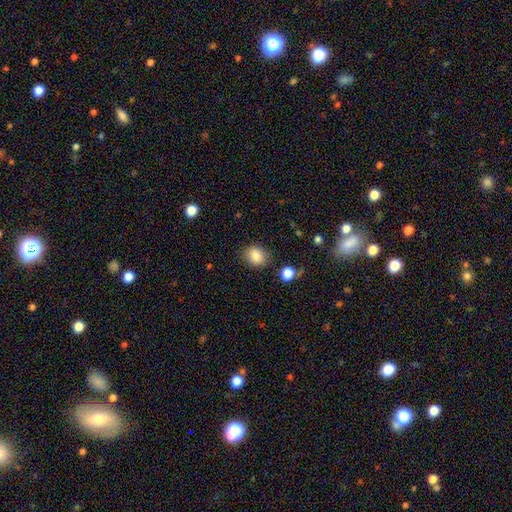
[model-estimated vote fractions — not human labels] Smooth or featured? Predicted: smooth (p=0.85). How rounded? Predicted: round (p=0.61). Merging? Predicted: none (p=0.83).